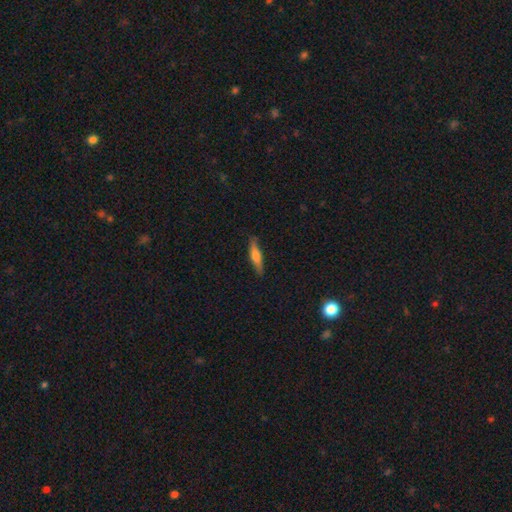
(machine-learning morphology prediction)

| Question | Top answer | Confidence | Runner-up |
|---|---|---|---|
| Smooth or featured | smooth | 51% | featured or disk (42%) |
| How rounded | cigar-shaped | 83% | in between (15%) |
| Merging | none | 85% | minor disturbance (11%) |